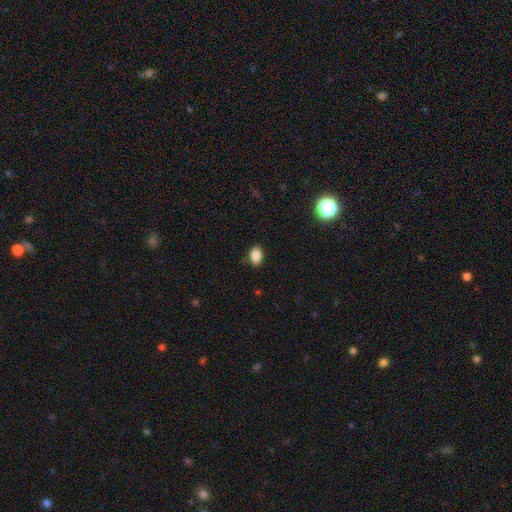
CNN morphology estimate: Smooth or featured?
  - smooth: 87% *
  - star or artifact: 9%
  - featured or disk: 4%
How rounded?
  - in between: 83% *
  - round: 15%
  - cigar-shaped: 1%
Merging?
  - none: 86% *
  - minor disturbance: 11%
  - major disturbance: 2%
  - merger: 1%